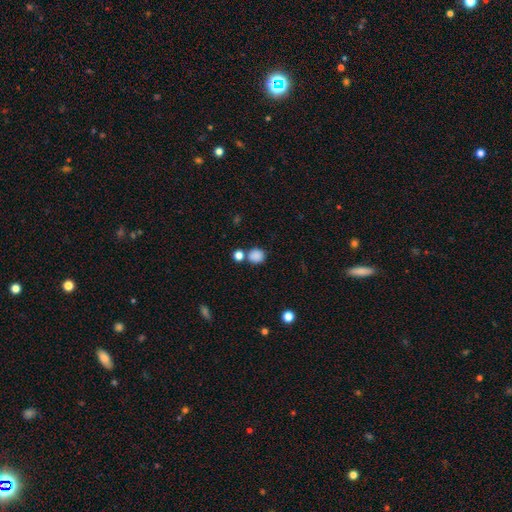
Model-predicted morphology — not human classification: A smooth galaxy with no disk features (85%) that is round (83%). Merging: none (69%).